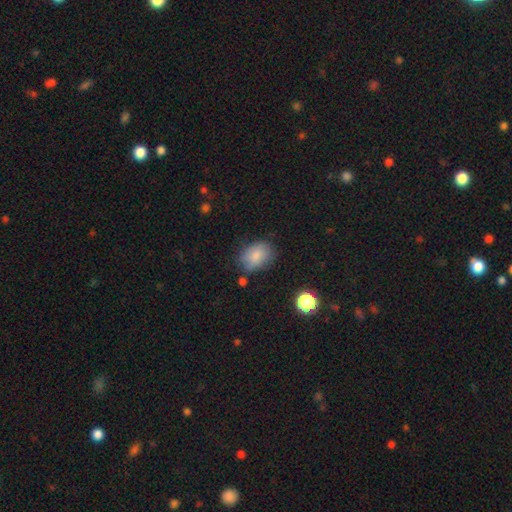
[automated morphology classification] type=smooth (81%); roundness=in between (75%); merging=none (64%).